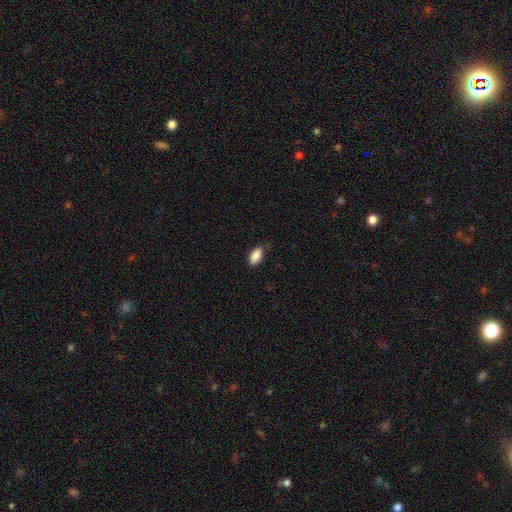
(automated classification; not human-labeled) Smooth or featured: smooth — 88% (star or artifact — 7%)
How rounded: in between — 90% (cigar-shaped — 7%)
Merging: none — 81% (minor disturbance — 15%)